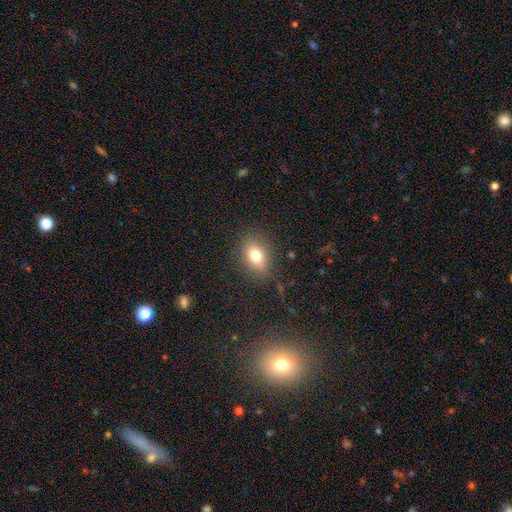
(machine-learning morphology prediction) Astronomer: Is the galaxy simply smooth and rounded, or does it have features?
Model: smooth — 77%.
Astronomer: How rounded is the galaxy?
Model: in between — 71%.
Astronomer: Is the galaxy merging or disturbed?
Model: none — 83%.